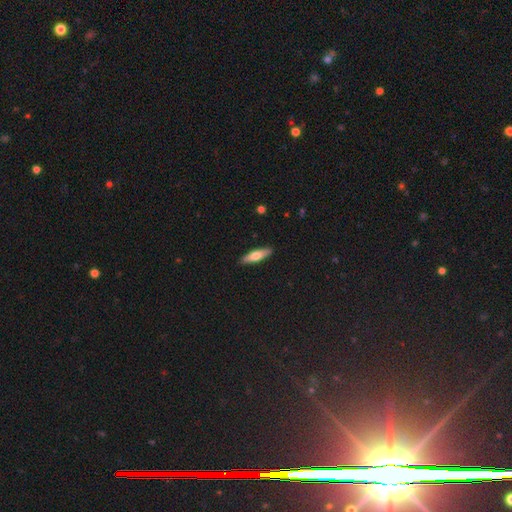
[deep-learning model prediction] Smooth or featured: smooth — 62% (featured or disk — 32%)
How rounded: cigar-shaped — 69% (in between — 29%)
Merging: none — 90% (minor disturbance — 7%)